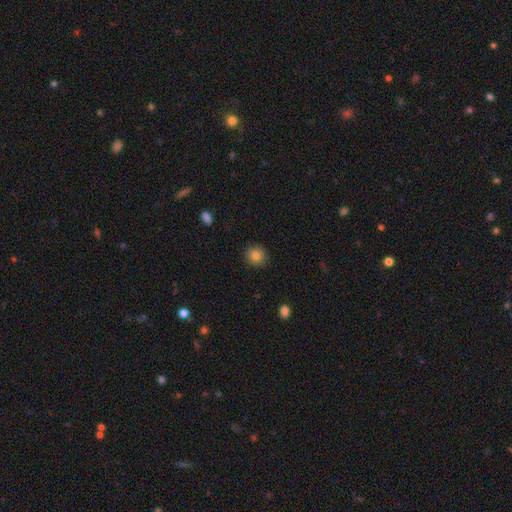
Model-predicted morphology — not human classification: type=smooth (83%); roundness=round (91%); merging=none (91%).